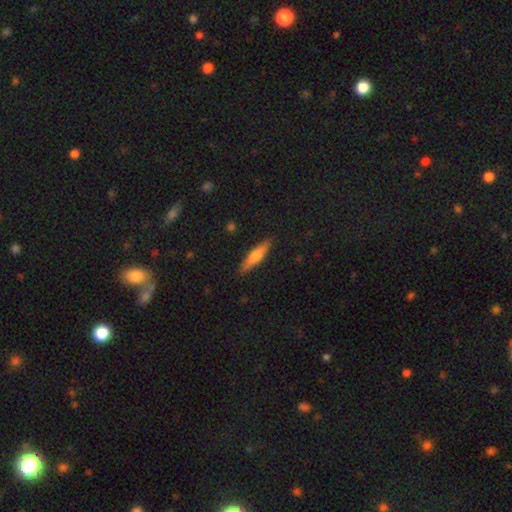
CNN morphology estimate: type=smooth (62%); roundness=cigar-shaped (80%); merging=none (88%).